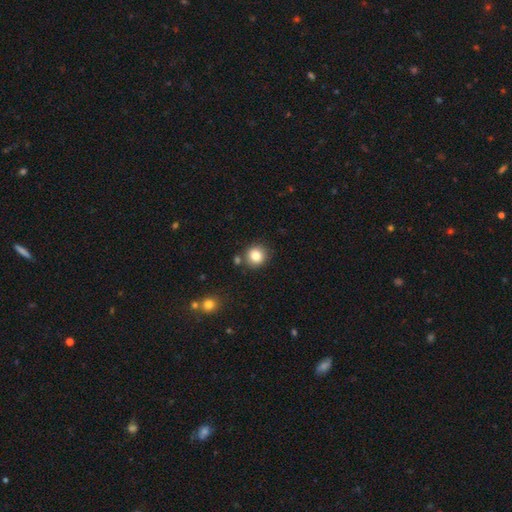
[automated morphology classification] smooth 83%, star or artifact 11%, featured or disk 6%. Down the decision tree: how rounded — round (89%); merging — none (80%).